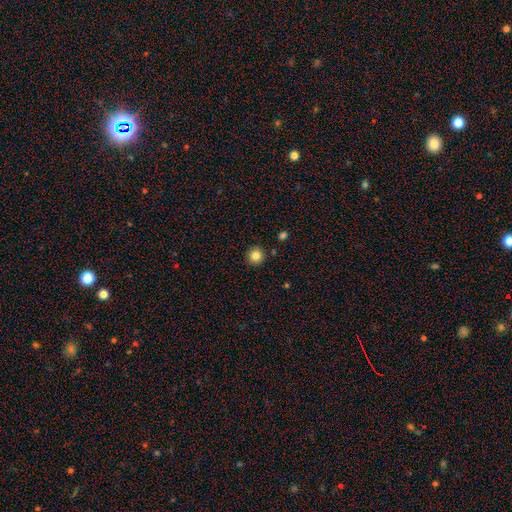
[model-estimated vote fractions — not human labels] Smooth or featured: smooth — 84% (star or artifact — 11%)
How rounded: round — 94% (in between — 5%)
Merging: none — 90% (minor disturbance — 6%)